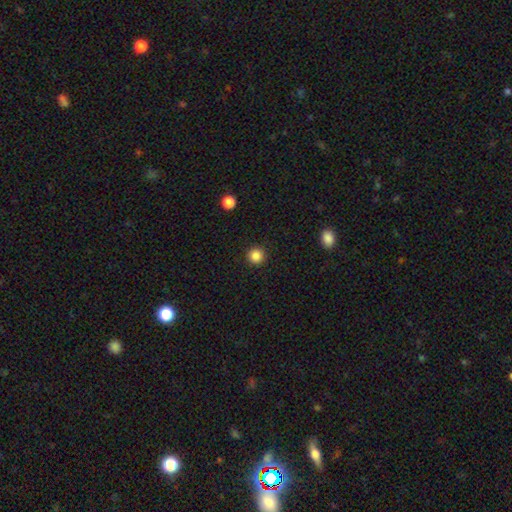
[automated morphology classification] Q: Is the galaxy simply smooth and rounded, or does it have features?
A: smooth — 86%.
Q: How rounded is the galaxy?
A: round — 95%.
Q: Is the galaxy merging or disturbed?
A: none — 93%.